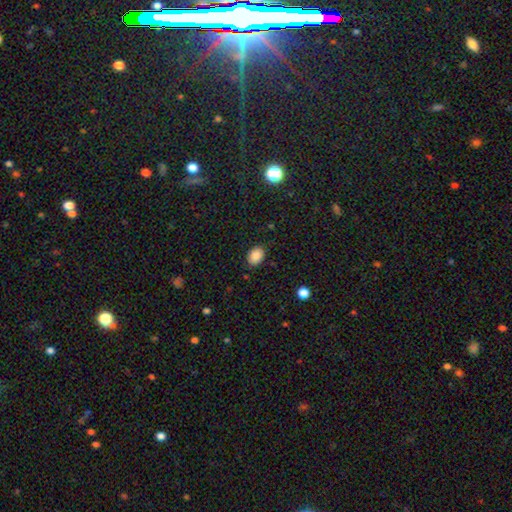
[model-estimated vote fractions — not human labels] Smooth or featured? smooth (86%)
How rounded? in between (73%)
Merging? none (85%)